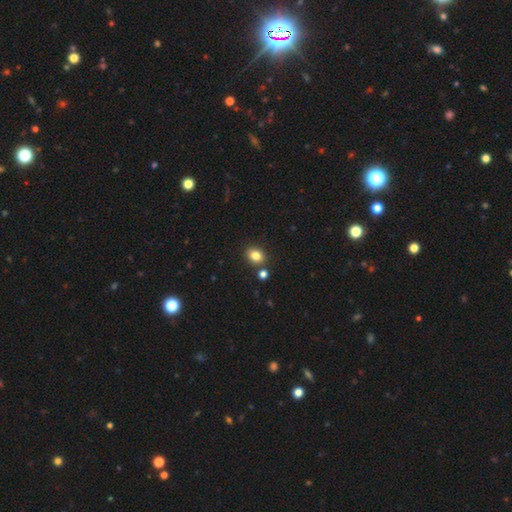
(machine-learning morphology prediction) Overall: smooth (82%). How rounded: in between (53%; round 46%). Merging: none (81%).